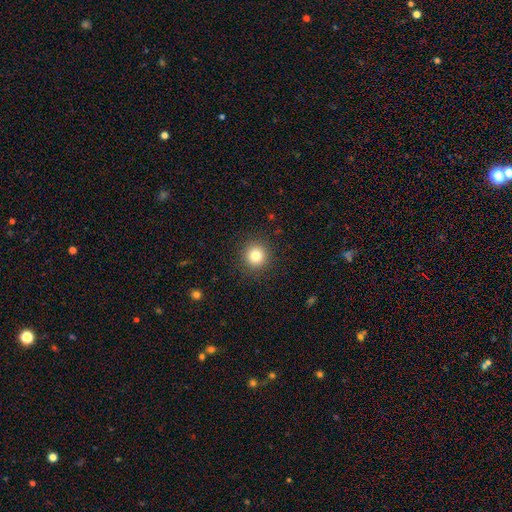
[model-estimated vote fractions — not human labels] Smooth or featured? smooth (82%)
How rounded? round (94%)
Merging? none (91%)